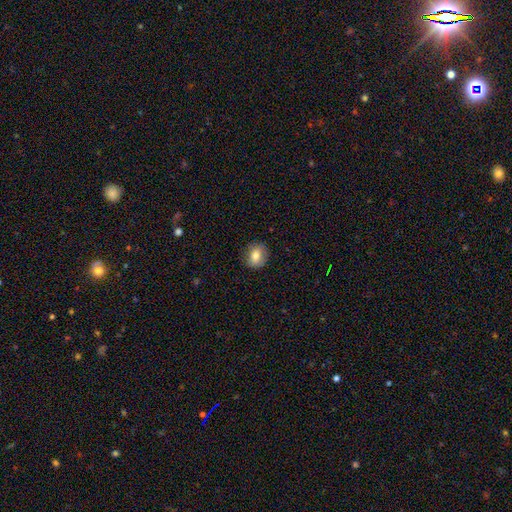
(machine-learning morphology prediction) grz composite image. It shows a smooth galaxy with no disk features (77%) that is round (64%). Merging: none (84%).